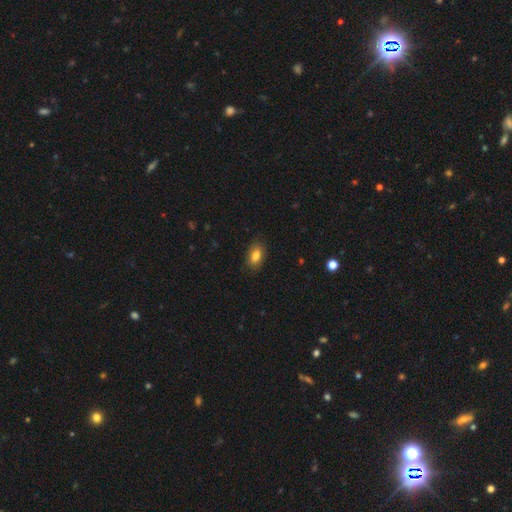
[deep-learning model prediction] smooth_or_featured: smooth (p=0.82) [alt: featured or disk p=0.10]
how_rounded: in between (p=0.89) [alt: round p=0.07]
merging: none (p=0.85) [alt: minor disturbance p=0.11]